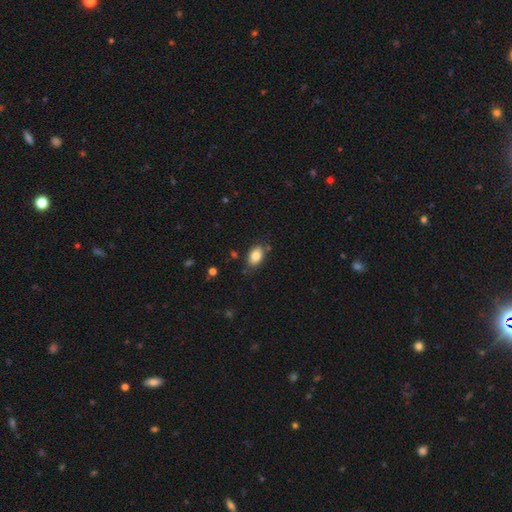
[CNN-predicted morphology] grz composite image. It shows a smooth galaxy with no disk features (83%) that is in between round and cigar-shaped (87%). Merging: none (78%).